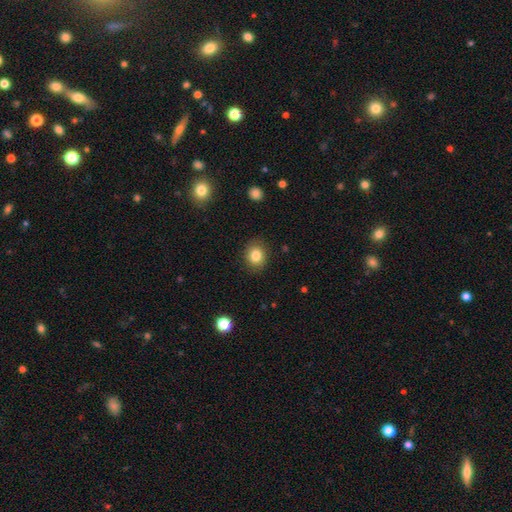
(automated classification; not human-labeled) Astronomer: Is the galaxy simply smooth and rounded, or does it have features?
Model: smooth — 84%.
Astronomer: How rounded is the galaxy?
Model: round — 62%.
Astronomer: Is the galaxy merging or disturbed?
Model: none — 87%.